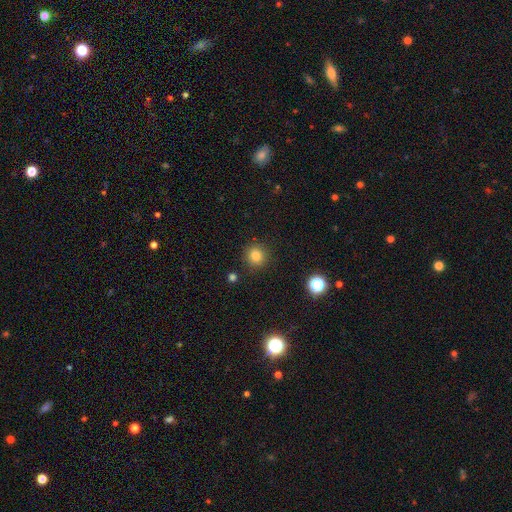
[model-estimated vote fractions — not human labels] smooth-or-featured: smooth: 81% | star or artifact: 13% | featured or disk: 6%
  how-rounded: round: 93% | in between: 6% | cigar-shaped: 1%
  merging: none: 90% | minor disturbance: 6% | major disturbance: 2% | merger: 2%